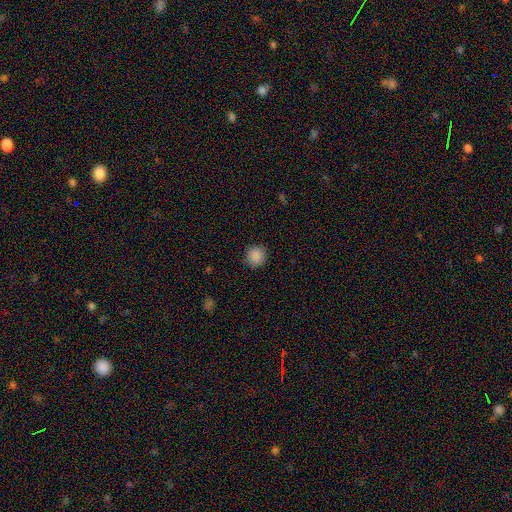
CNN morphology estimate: This appears to be a smooth galaxy with no disk features (88%) that is round (93%). Merging: none (91%).